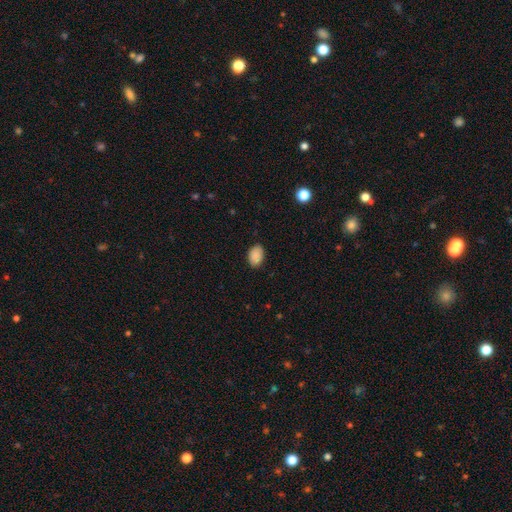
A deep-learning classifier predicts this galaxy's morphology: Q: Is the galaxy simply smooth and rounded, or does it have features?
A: smooth — 89%.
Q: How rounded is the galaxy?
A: in between — 86%.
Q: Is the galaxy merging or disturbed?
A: none — 87%.